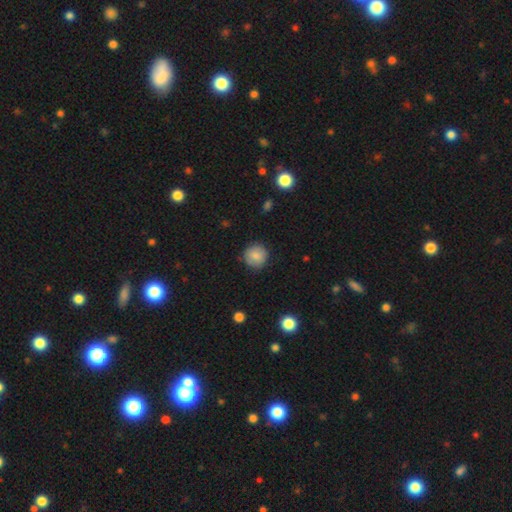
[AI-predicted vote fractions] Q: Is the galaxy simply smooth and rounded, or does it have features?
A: smooth — 83%.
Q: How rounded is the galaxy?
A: round — 93%.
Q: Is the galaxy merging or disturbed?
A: none — 86%.